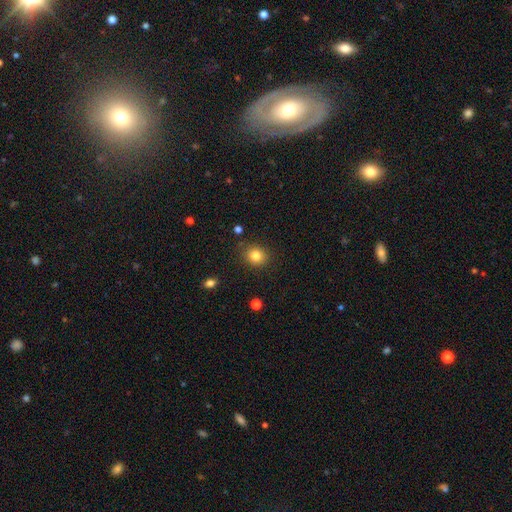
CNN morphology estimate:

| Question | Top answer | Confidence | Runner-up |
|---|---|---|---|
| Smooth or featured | smooth | 83% | star or artifact (11%) |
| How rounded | round | 71% | in between (29%) |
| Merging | none | 85% | minor disturbance (10%) |